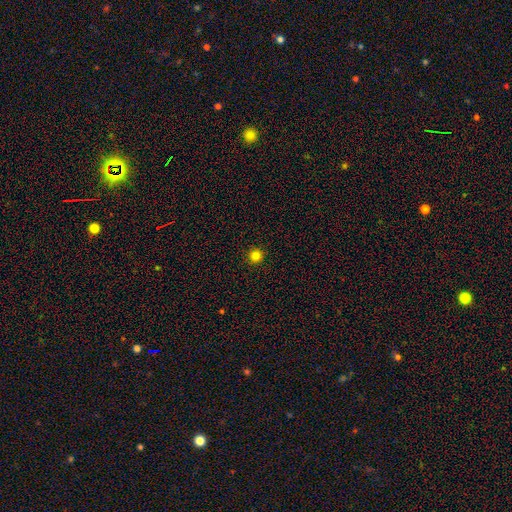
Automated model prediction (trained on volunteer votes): This is clearly a smooth galaxy (82%). How rounded: clearly round (96%). Merging: clearly none (93%).